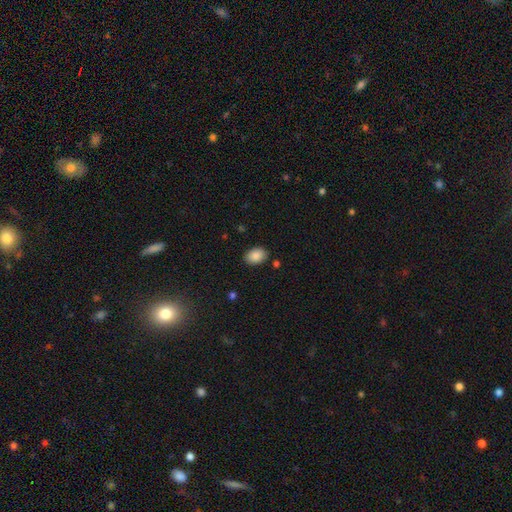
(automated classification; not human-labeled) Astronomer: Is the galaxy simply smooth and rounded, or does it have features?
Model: smooth — 88%.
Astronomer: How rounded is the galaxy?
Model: in between — 84%.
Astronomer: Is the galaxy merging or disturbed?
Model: none — 86%.